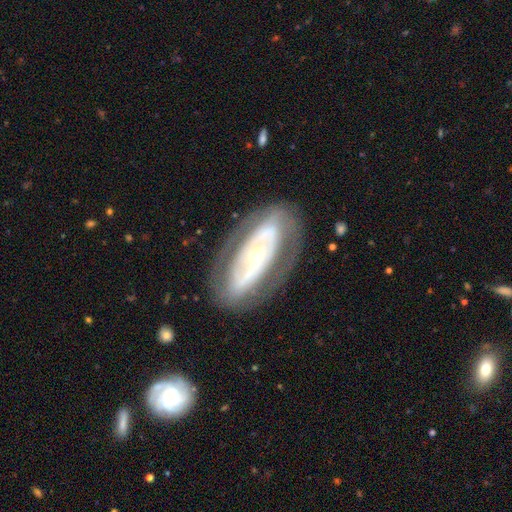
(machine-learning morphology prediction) Smooth or featured? featured or disk (79%)
Edge-on disk? no (89%)
Bar? no (62%)
Spiral arms? yes (51%)
Bulge size? small (53%)
Merging? none (76%)